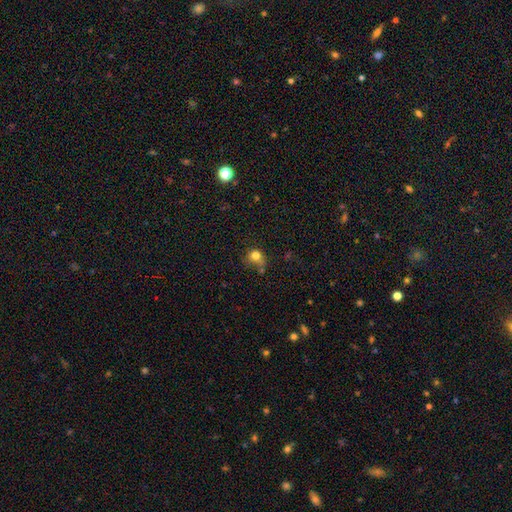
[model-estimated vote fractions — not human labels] Q: Smooth or featured?
A: smooth (79%); runner-up: star or artifact (13%)
Q: How rounded?
A: round (74%); runner-up: in between (25%)
Q: Merging?
A: none (49%); runner-up: minor disturbance (28%)